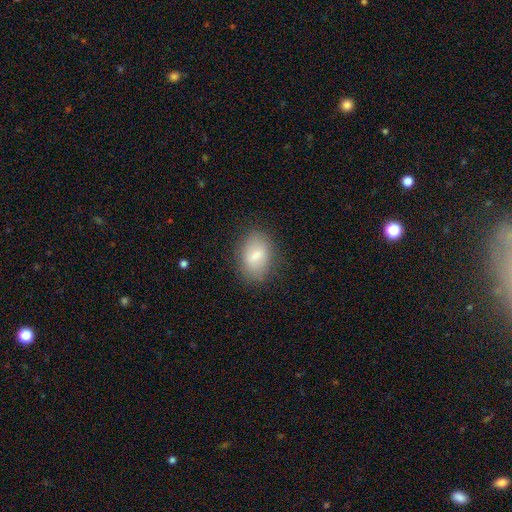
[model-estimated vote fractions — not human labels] This appears to be a smooth galaxy with no disk features (75%) that is in between round and cigar-shaped (83%). Merging: none (78%).